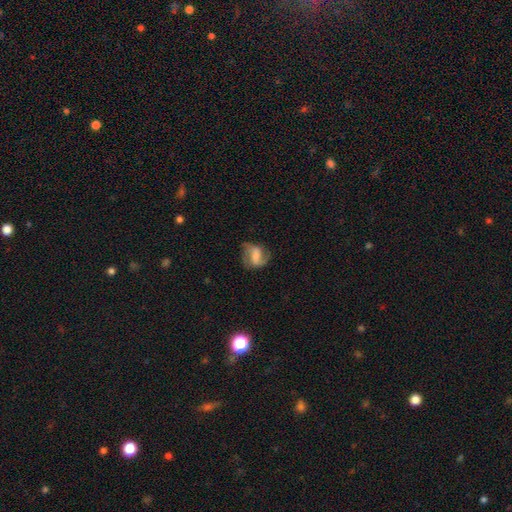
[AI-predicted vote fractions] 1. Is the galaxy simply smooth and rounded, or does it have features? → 67% featured or disk, 25% smooth, 8% star or artifact.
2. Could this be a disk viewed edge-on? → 97% no, 3% yes.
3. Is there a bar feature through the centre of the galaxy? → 42% weak, 38% strong, 20% no.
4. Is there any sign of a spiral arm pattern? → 90% yes, 10% no.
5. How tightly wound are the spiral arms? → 44% medium, 37% loose, 18% tight.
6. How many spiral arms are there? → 77% 2, 8% can't tell, 7% 1, 5% 3, 1% 4, 1% more than 4.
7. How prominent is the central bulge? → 38% none, 22% moderate, 20% small, 16% large, 3% dominant.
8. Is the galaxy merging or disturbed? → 64% none, 20% minor disturbance, 14% major disturbance, 2% merger.